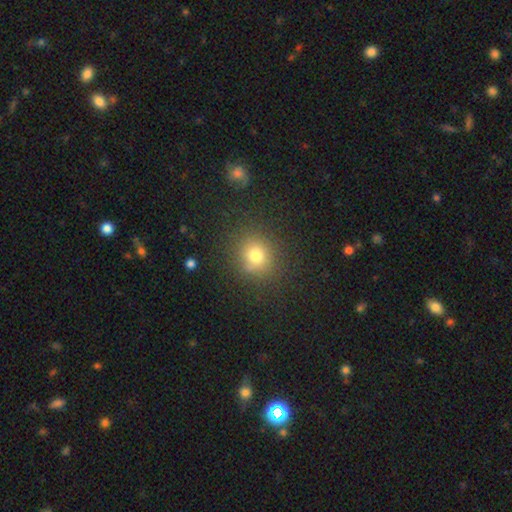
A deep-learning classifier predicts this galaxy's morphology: Overall: smooth (76%). How rounded: round (79%). Merging: none (82%).